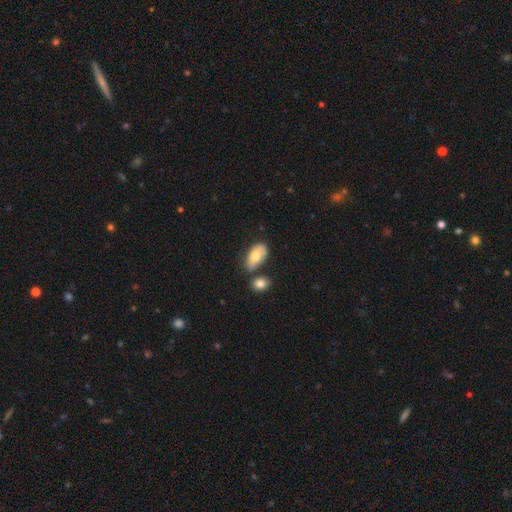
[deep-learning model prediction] Morphology: type=smooth (72%); roundness=in between (93%); merging=none (51%).